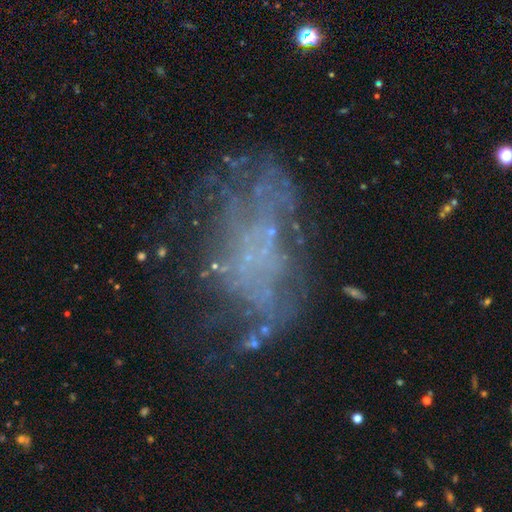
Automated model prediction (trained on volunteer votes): smooth_or_featured: featured or disk (p=0.60) [alt: smooth p=0.20]
disk_edge_on: no (p=0.96) [alt: yes p=0.04]
bar: no (p=0.90) [alt: weak p=0.07]
has_spiral_arms: no (p=0.83) [alt: yes p=0.17]
bulge_size: none (p=0.83) [alt: small p=0.11]
merging: none (p=0.43) [alt: major disturbance p=0.33]